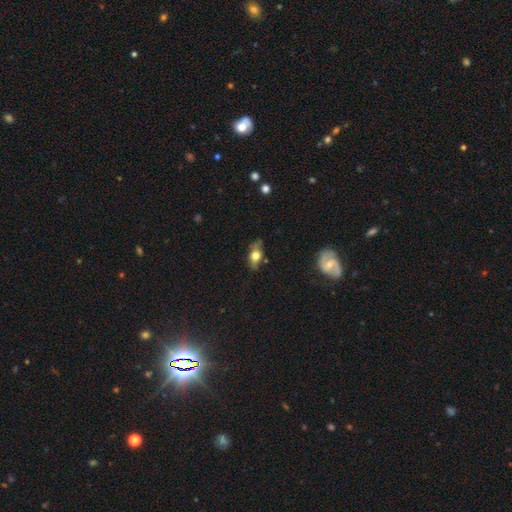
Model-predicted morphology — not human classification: Smooth or featured: smooth — 61% (featured or disk — 31%)
How rounded: in between — 77% (cigar-shaped — 12%)
Merging: none — 67% (minor disturbance — 24%)